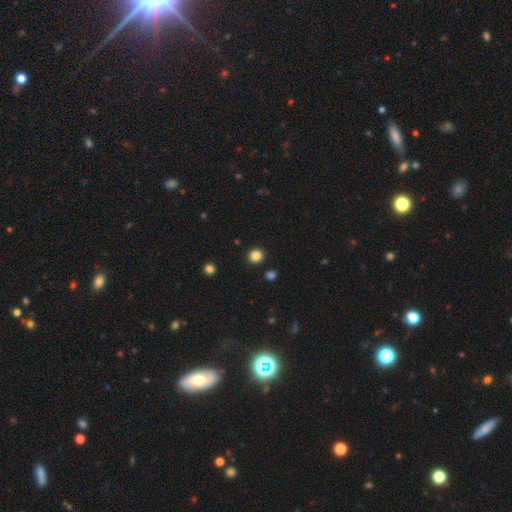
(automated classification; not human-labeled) Morphology: type=smooth (84%); roundness=round (90%); merging=none (91%).